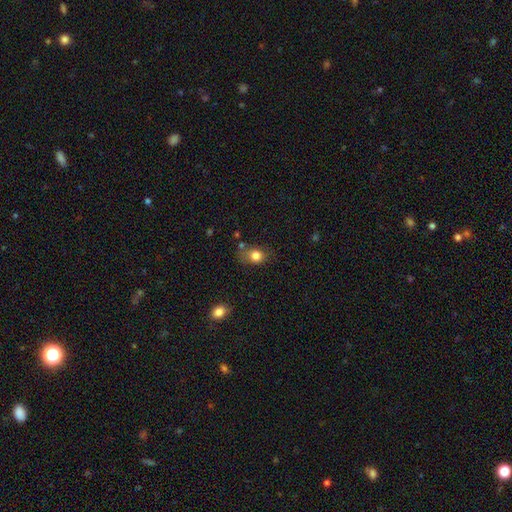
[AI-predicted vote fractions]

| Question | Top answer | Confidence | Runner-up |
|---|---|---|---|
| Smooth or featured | smooth | 81% | star or artifact (10%) |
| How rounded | in between | 53% | round (46%) |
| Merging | none | 57% | minor disturbance (26%) |